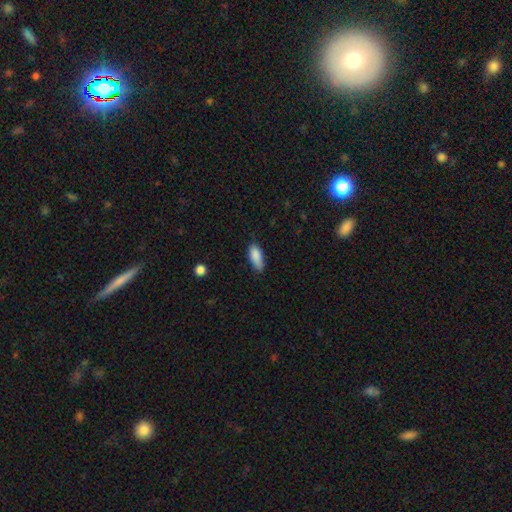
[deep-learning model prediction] Smooth or featured?
  - smooth: 87% *
  - star or artifact: 7%
  - featured or disk: 6%
How rounded?
  - in between: 79% *
  - cigar-shaped: 19%
  - round: 2%
Merging?
  - none: 68% *
  - minor disturbance: 27%
  - major disturbance: 4%
  - merger: 2%